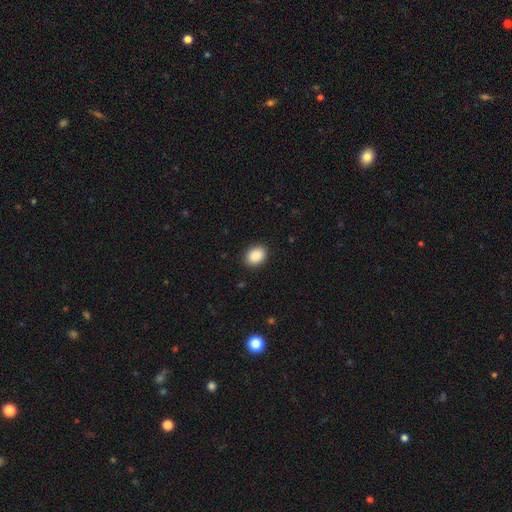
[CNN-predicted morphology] smooth_or_featured: smooth (p=0.88) [alt: star or artifact p=0.08]
how_rounded: in between (p=0.57) [alt: round p=0.42]
merging: none (p=0.90) [alt: minor disturbance p=0.07]